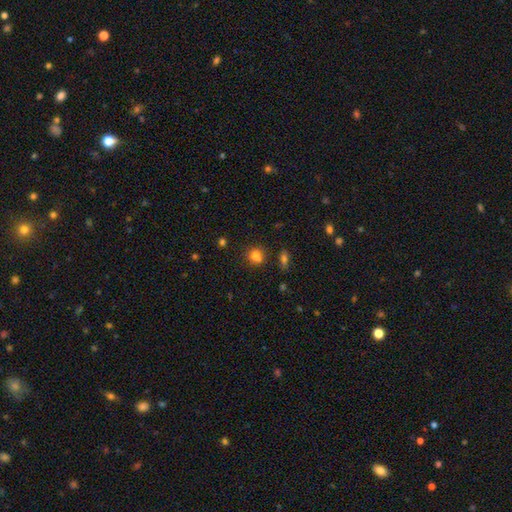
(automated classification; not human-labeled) A smooth galaxy with no disk features (79%) that is round (77%). Merging: none (70%).